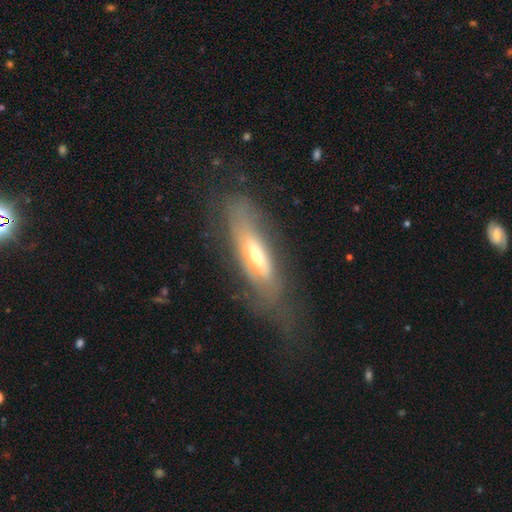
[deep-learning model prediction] A featured or disk galaxy (57%).

Vote fractions:
- Smooth or featured? featured or disk: 57% / smooth: 34% / star or artifact: 8%
- Edge-on disk? no: 53% / yes: 47%
- Merging? none: 55% / minor disturbance: 24% / major disturbance: 18% / merger: 2%